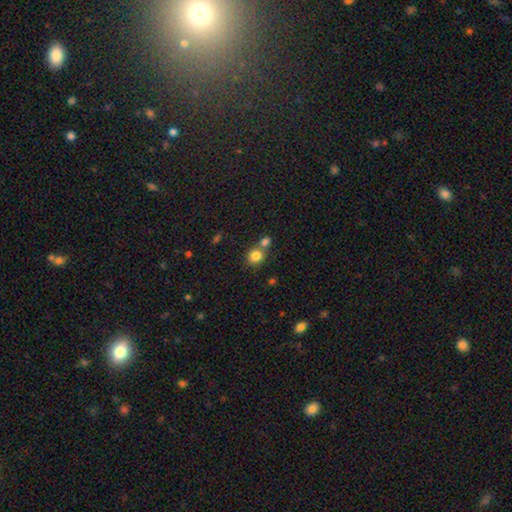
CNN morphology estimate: The model was most divided on "merging": none: 56%, merger: 33%, minor disturbance: 8%, major disturbance: 3%. More confident: smooth or featured — smooth (83%); how rounded — round (82%).